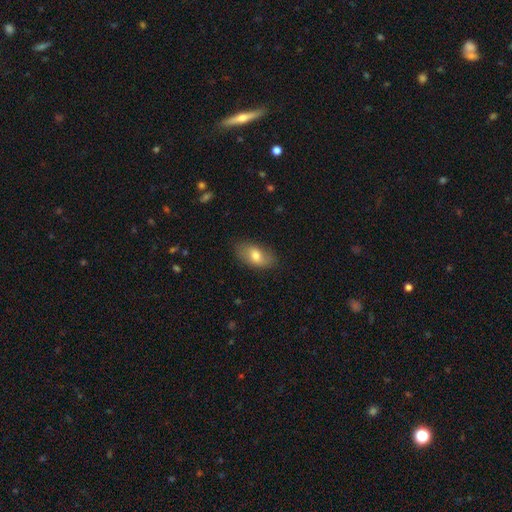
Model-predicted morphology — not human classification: Overall: smooth (71%). How rounded: in between (91%). Merging: none (79%).